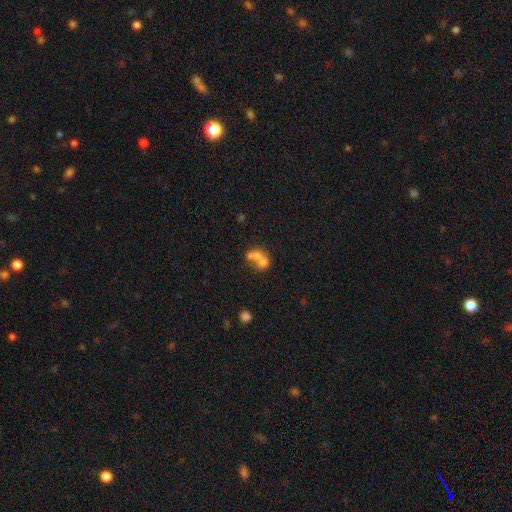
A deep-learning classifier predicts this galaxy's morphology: type=smooth (58%); roundness=round (65%); merging=merger (65%).